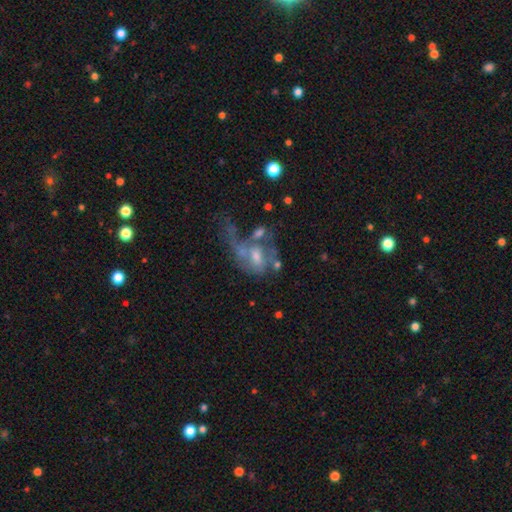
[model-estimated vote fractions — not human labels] Smooth or featured?
  - featured or disk: 65% *
  - smooth: 21%
  - star or artifact: 14%
Edge-on disk?
  - no: 96% *
  - yes: 4%
Bar?
  - no: 56% *
  - weak: 35%
  - strong: 9%
Spiral arms?
  - yes: 55% *
  - no: 45%
Bulge size?
  - moderate: 42% *
  - small: 37%
  - none: 14%
  - large: 5%
  - dominant: 2%
Merging?
  - major disturbance: 44% *
  - merger: 23%
  - none: 20%
  - minor disturbance: 13%